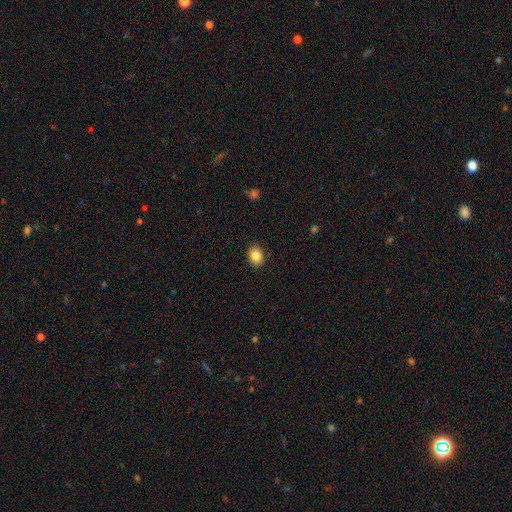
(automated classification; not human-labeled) The model was most divided on "how rounded": in between: 63%, round: 37%, cigar-shaped: 1%. More confident: merging — none (89%); smooth or featured — smooth (86%).